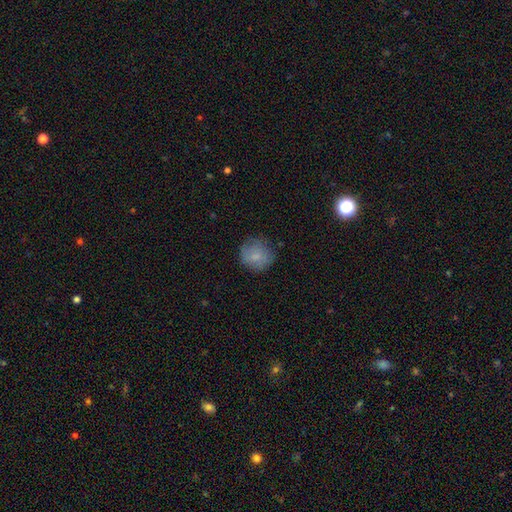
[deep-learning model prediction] This is likely a smooth galaxy (79%). How rounded: clearly round (84%). Merging: likely none (73%).